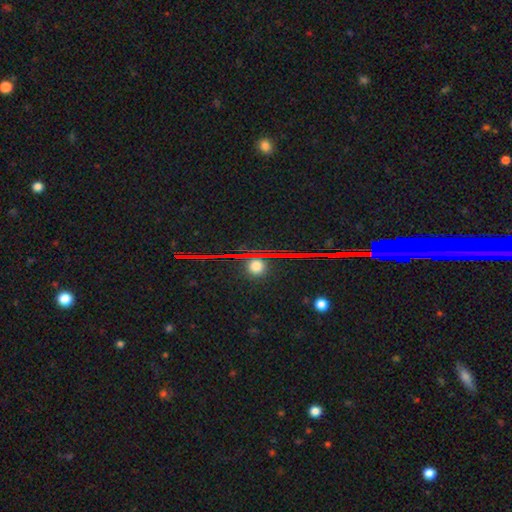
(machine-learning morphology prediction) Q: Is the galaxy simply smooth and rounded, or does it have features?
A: star or artifact — 69%.